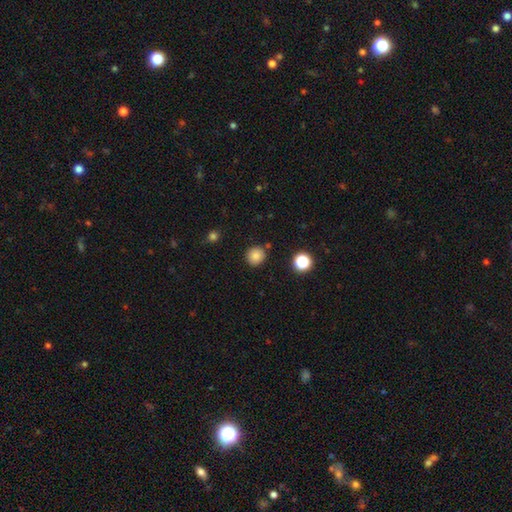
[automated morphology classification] This appears to be a smooth galaxy with no disk features (83%) that is round (89%). Merging: none (86%).